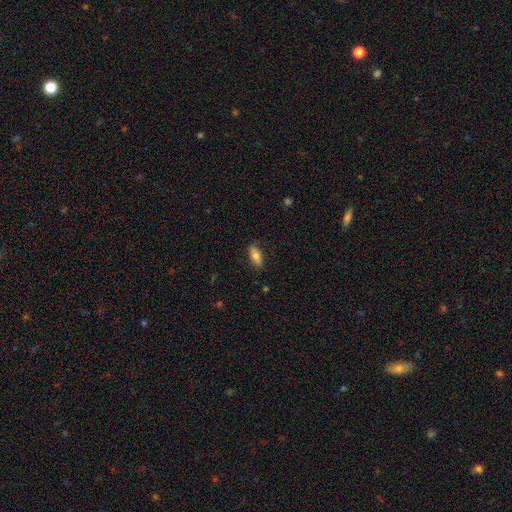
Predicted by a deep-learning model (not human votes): Morphology: type=smooth (74%); roundness=in between (79%); merging=none (83%).